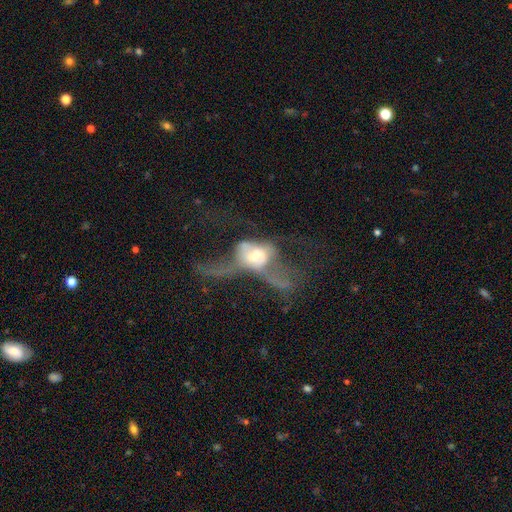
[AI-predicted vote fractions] Morphology: type=featured or disk (54%); edge-on=no (87%); merging=major disturbance (62%).